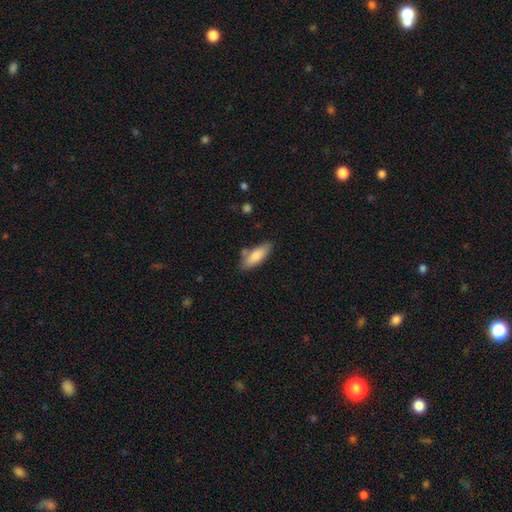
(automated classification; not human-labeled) This appears to be a smooth galaxy with no disk features (82%) that is in between round and cigar-shaped (67%). Merging: none (74%).